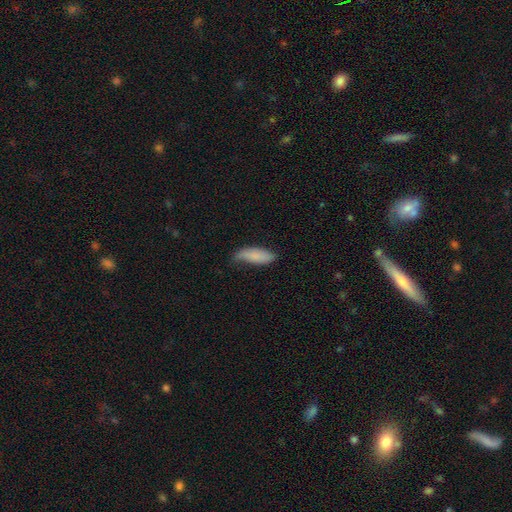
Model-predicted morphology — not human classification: Smooth or featured: smooth — 79% (featured or disk — 15%)
How rounded: in between — 71% (cigar-shaped — 27%)
Merging: none — 52% (minor disturbance — 36%)